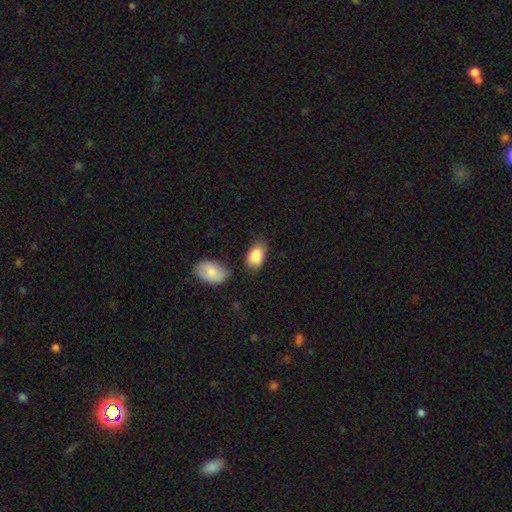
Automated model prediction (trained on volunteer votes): smooth-or-featured: smooth: 87% | featured or disk: 7% | star or artifact: 6%
  how-rounded: in between: 92% | round: 7% | cigar-shaped: 1%
  merging: none: 67% | minor disturbance: 21% | merger: 7% | major disturbance: 5%